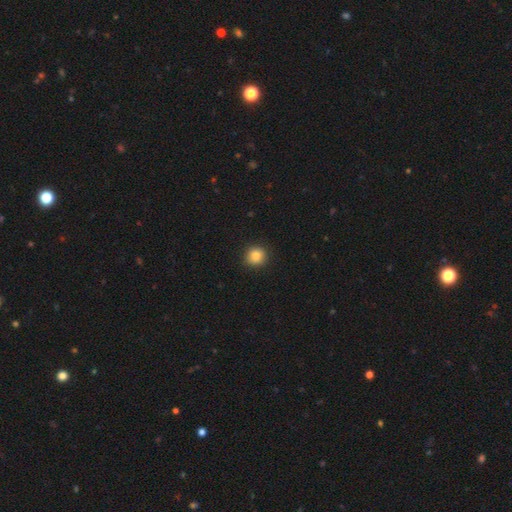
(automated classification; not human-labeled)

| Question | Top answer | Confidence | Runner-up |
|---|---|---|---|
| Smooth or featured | smooth | 85% | star or artifact (10%) |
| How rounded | round | 90% | in between (9%) |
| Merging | none | 91% | minor disturbance (6%) |